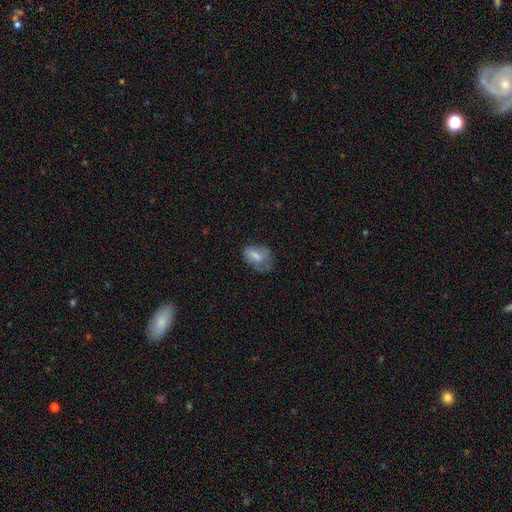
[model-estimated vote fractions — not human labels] Overall: smooth (67%). How rounded: in between (82%). Merging: none (41%; minor disturbance 32%).